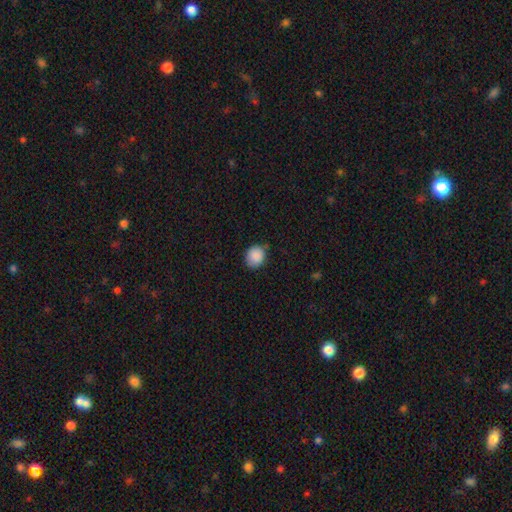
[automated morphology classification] A smooth galaxy with no disk features (89%) that is round (76%). Merging: none (79%).